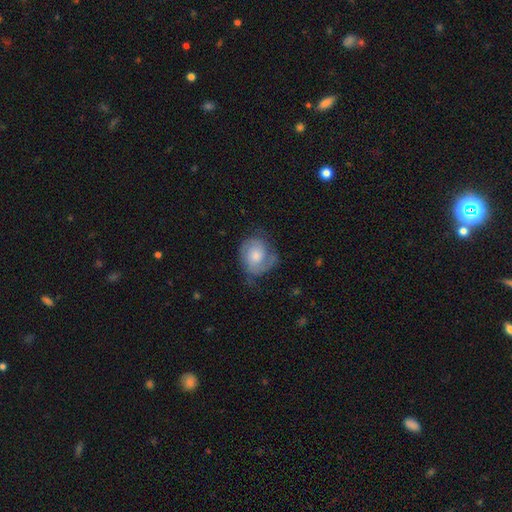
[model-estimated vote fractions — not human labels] Morphology: type=featured or disk (64%); edge-on=no (98%); bar=no (72%); spiral arms=yes (90%); winding=tight (45%); arm count=2 (66%); bulge=moderate (49%); merging=none (56%).